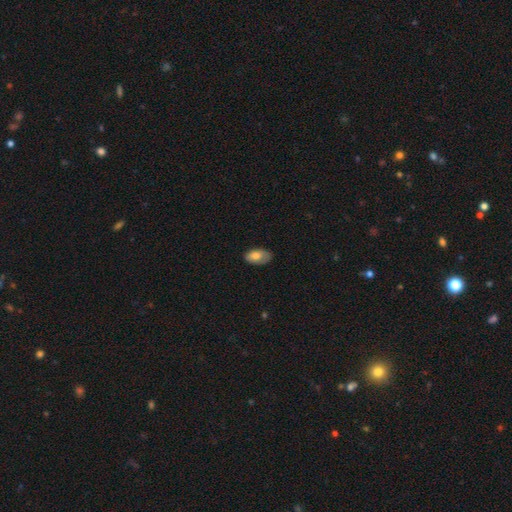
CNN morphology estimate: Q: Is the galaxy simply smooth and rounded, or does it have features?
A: smooth — 75%.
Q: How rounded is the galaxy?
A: in between — 93%.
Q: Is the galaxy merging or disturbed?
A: none — 70%.